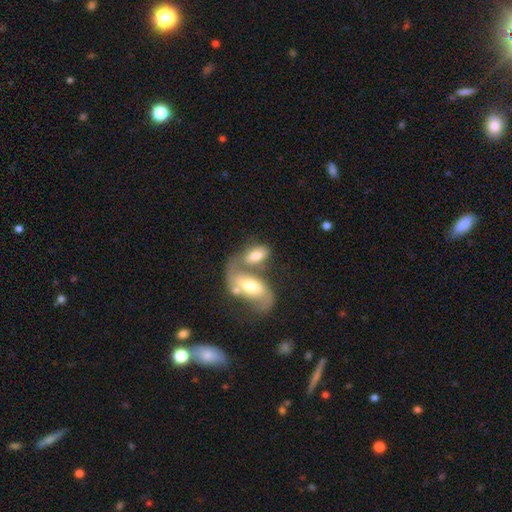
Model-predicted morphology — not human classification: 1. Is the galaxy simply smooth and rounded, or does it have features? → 56% smooth, 38% featured or disk, 6% star or artifact.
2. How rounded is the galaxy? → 90% in between, 5% cigar-shaped, 5% round.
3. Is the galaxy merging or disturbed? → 56% merger, 26% none, 11% minor disturbance, 7% major disturbance.